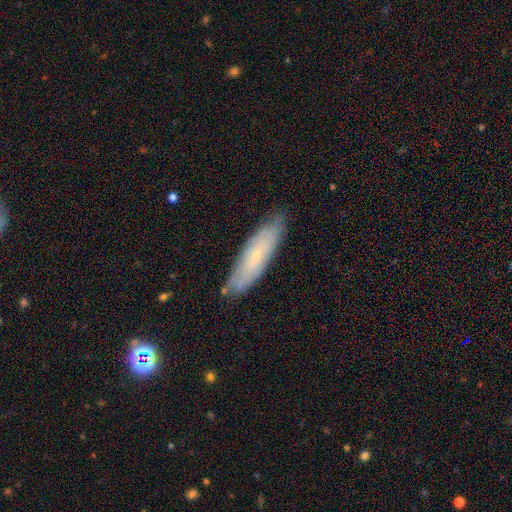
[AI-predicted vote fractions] smooth 48%, featured or disk 45%, star or artifact 8%. Down the decision tree: merging — none (81%).